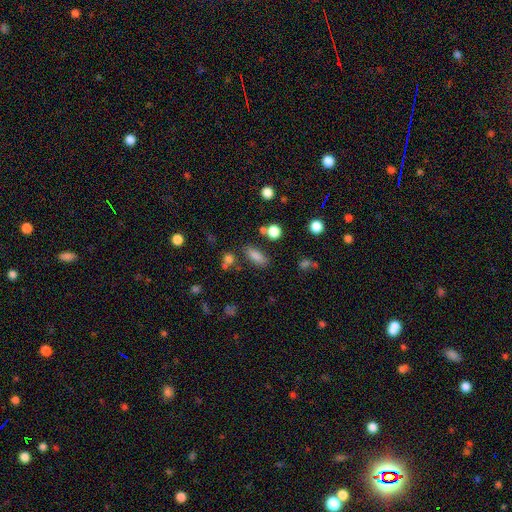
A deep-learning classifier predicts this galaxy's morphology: Smooth or featured? Predicted: smooth (p=0.80). How rounded? Predicted: in between (p=0.73). Merging? Predicted: none (p=0.73).